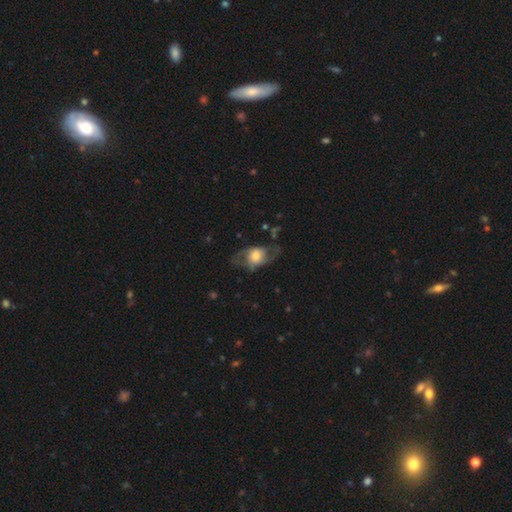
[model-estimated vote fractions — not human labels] A featured or disk galaxy (55%) with no bar (69%), spiral arms (71%) and a moderate central bulge (42%). Merging: none (51%).